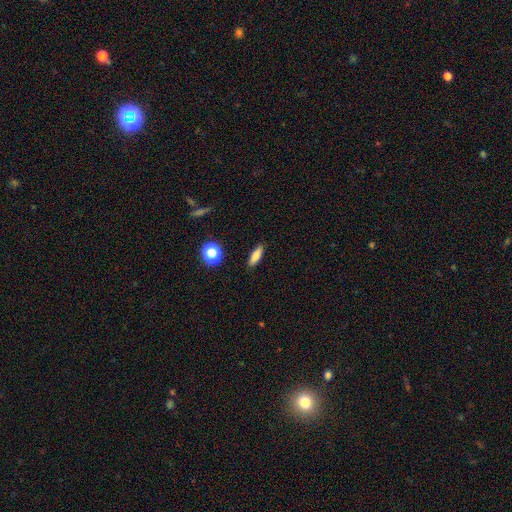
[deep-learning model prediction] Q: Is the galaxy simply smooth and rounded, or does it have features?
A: smooth — 80%.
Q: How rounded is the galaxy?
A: in between — 54%.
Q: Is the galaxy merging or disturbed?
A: none — 88%.